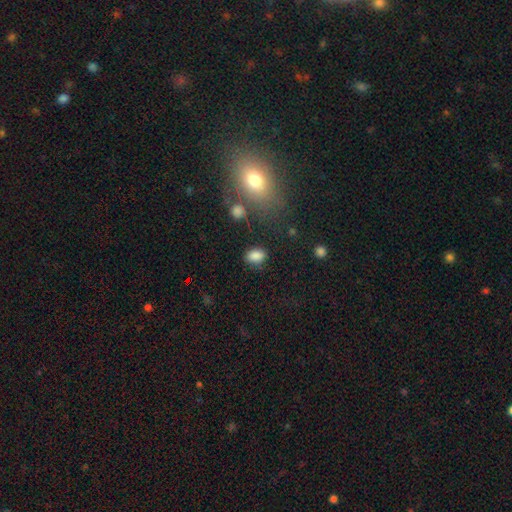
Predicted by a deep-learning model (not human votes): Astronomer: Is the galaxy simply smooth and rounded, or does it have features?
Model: smooth — 85%.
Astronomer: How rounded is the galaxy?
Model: in between — 84%.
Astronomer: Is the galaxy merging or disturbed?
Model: none — 80%.